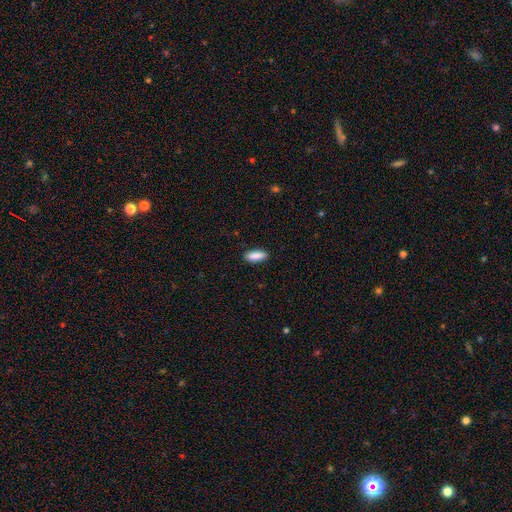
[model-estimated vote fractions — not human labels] A smooth galaxy with no disk features (89%) that is in between round and cigar-shaped (67%). Merging: none (89%).